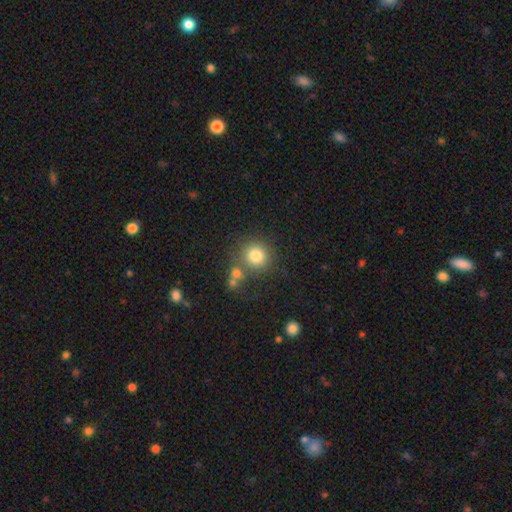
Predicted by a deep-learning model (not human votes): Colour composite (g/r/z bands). It shows a smooth galaxy with no disk features (79%) that is round (89%). Merging: none (67%).